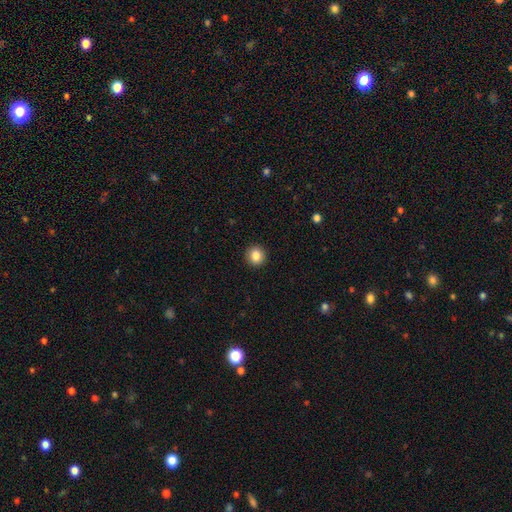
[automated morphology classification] Smooth or featured? smooth (86%)
How rounded? round (90%)
Merging? none (92%)